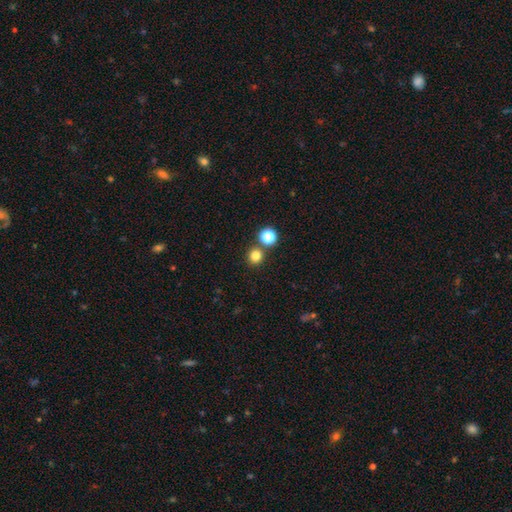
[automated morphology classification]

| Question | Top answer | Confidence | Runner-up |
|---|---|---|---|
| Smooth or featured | smooth | 80% | star or artifact (15%) |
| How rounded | round | 92% | in between (7%) |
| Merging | none | 80% | merger (12%) |